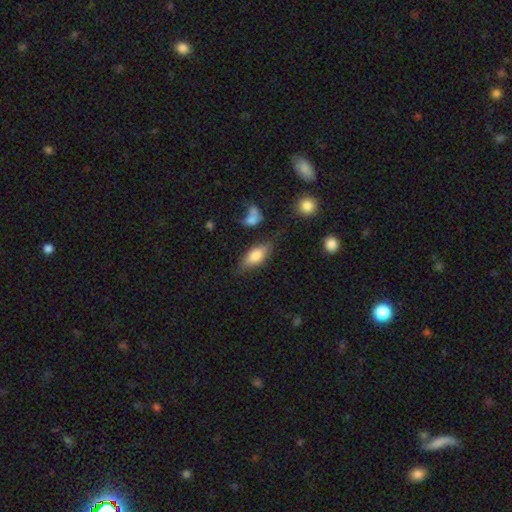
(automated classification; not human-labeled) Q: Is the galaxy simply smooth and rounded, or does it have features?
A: smooth — 70%.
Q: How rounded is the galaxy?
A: in between — 80%.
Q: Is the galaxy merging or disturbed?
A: none — 70%.